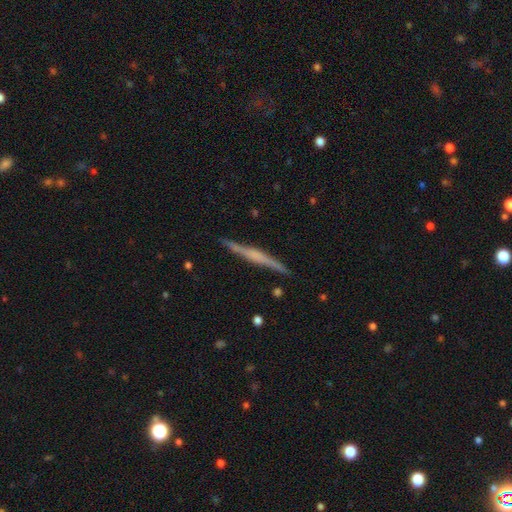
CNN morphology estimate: Smooth or featured? Predicted: featured or disk (p=0.69). Edge-on disk? Predicted: yes (p=0.98). Edge-on bulge? Predicted: rounded (p=0.39). Merging? Predicted: none (p=0.89).